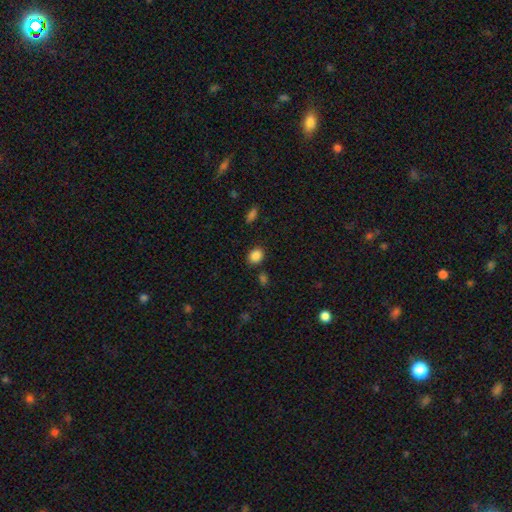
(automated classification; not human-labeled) The model was most divided on "how rounded": round: 60%, in between: 39%, cigar-shaped: 1%. More confident: smooth or featured — smooth (86%); merging — none (83%).